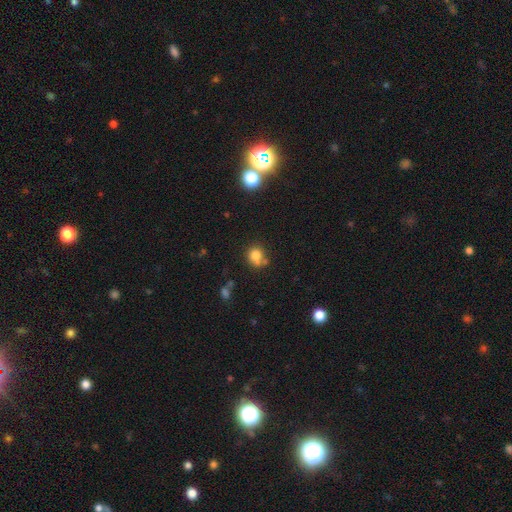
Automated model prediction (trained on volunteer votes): smooth_or_featured: smooth (p=0.78) [alt: star or artifact p=0.13]
how_rounded: round (p=0.75) [alt: in between p=0.25]
merging: none (p=0.57) [alt: merger p=0.19]